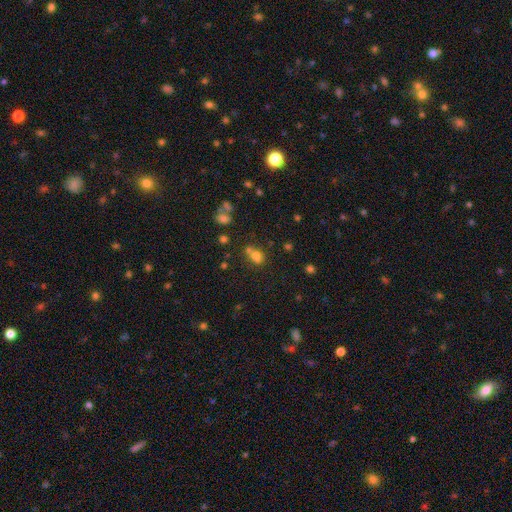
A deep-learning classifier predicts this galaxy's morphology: Smooth or featured?
  - smooth: 70% *
  - star or artifact: 17%
  - featured or disk: 13%
How rounded?
  - in between: 51% *
  - round: 47%
  - cigar-shaped: 2%
Merging?
  - merger: 41% *
  - none: 40%
  - minor disturbance: 13%
  - major disturbance: 6%